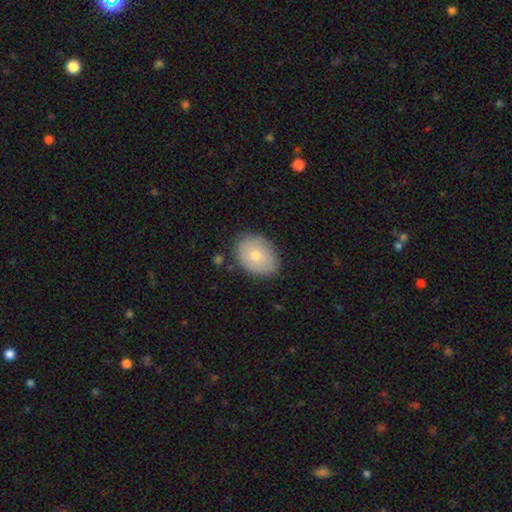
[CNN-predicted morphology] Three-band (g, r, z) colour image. It shows a smooth galaxy with no disk features (74%) that is in between round and cigar-shaped (75%). Merging: none (82%).